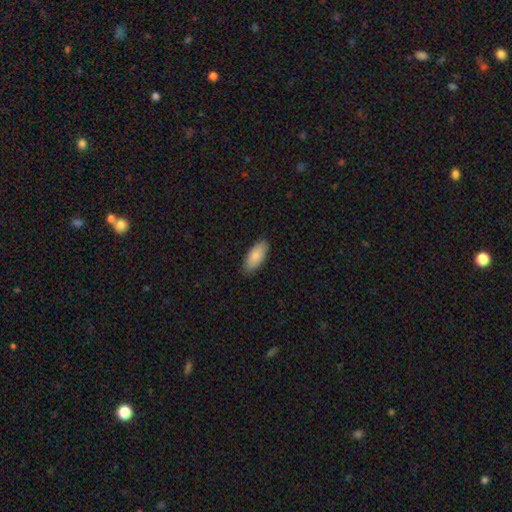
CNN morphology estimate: Smooth or featured? Predicted: smooth (p=0.85). How rounded? Predicted: in between (p=0.88). Merging? Predicted: none (p=0.87).